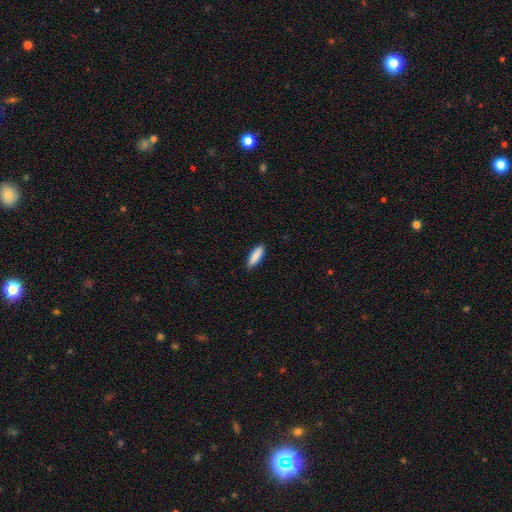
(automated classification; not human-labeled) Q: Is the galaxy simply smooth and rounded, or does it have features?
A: smooth — 88%.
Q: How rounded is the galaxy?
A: cigar-shaped — 58%.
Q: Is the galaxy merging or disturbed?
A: none — 89%.